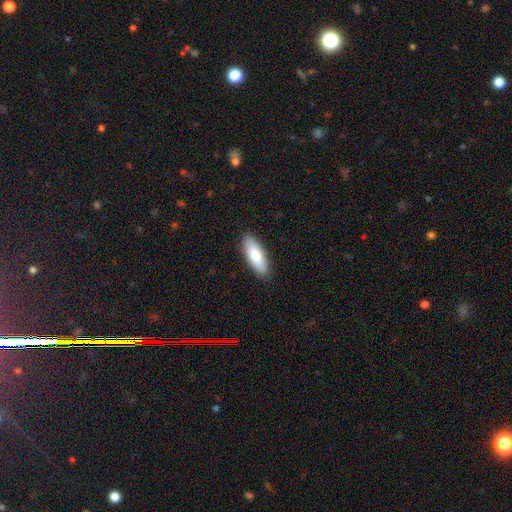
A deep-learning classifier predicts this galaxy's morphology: This is likely a smooth galaxy (77%). How rounded: likely in between (67%). Merging: clearly none (88%).